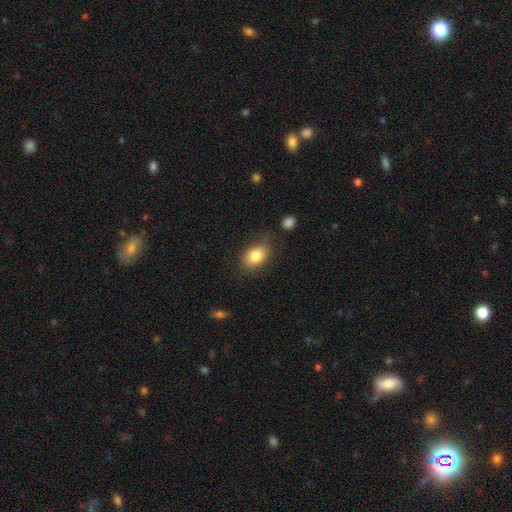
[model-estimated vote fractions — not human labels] Q: Smooth or featured?
A: smooth (83%); runner-up: featured or disk (9%)
Q: How rounded?
A: in between (82%); runner-up: round (17%)
Q: Merging?
A: none (73%); runner-up: minor disturbance (18%)